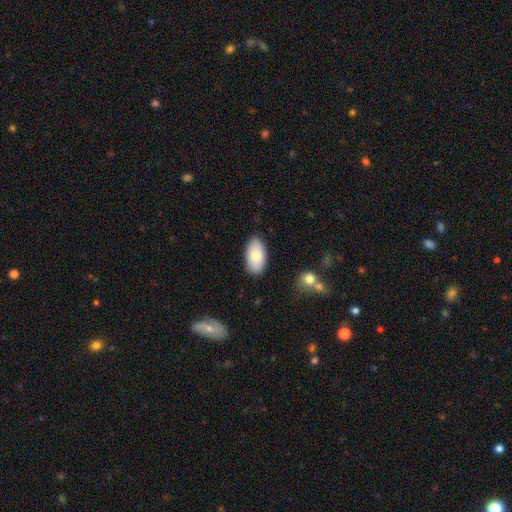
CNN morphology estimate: A smooth galaxy with no disk features (77%) that is in between round and cigar-shaped (95%).

Vote fractions:
- Smooth or featured? smooth: 77% / featured or disk: 17% / star or artifact: 6%
- How rounded? in between: 95% / round: 3% / cigar-shaped: 2%
- Merging? none: 85% / minor disturbance: 11% / major disturbance: 2% / merger: 2%